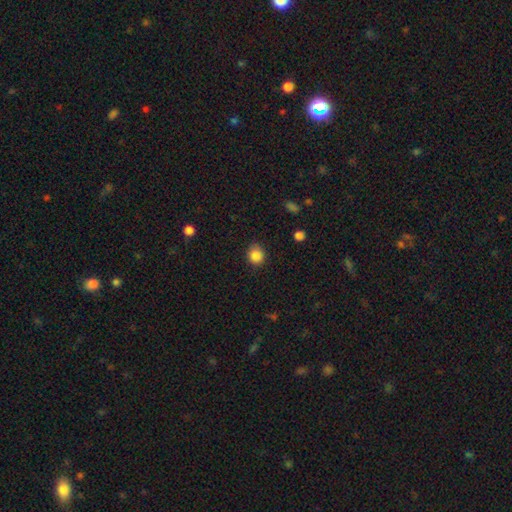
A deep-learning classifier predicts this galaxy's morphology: Q: Smooth or featured?
A: smooth (86%); runner-up: star or artifact (10%)
Q: How rounded?
A: round (75%); runner-up: in between (24%)
Q: Merging?
A: none (80%); runner-up: minor disturbance (15%)